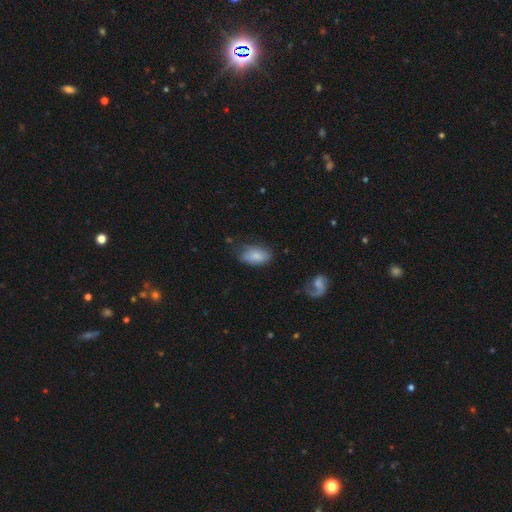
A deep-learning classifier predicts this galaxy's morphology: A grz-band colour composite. It shows a smooth galaxy with no disk features (81%) that is in between round and cigar-shaped (93%). Merging: none (62%).